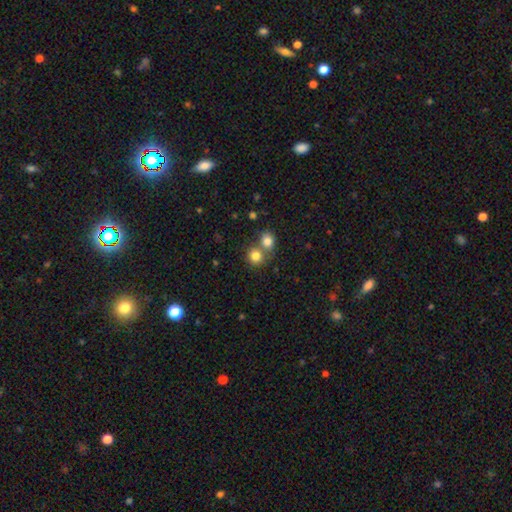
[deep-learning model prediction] smooth-or-featured: smooth: 81% | star or artifact: 11% | featured or disk: 8%
  how-rounded: round: 84% | in between: 16% | cigar-shaped: 1%
  merging: merger: 46% | none: 45% | minor disturbance: 6% | major disturbance: 3%